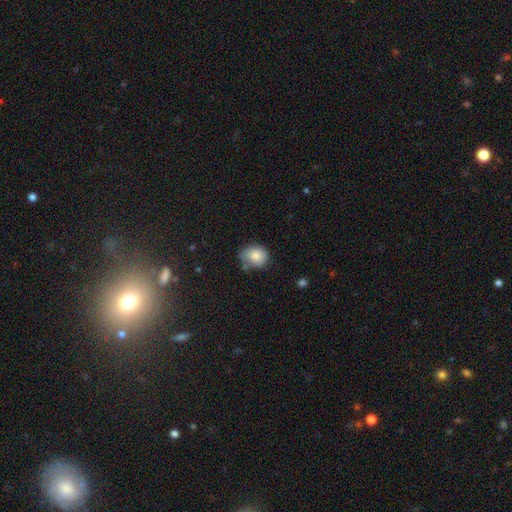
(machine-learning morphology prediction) Overall: smooth (82%). How rounded: round (52%; in between 47%). Merging: none (59%; minor disturbance 28%).